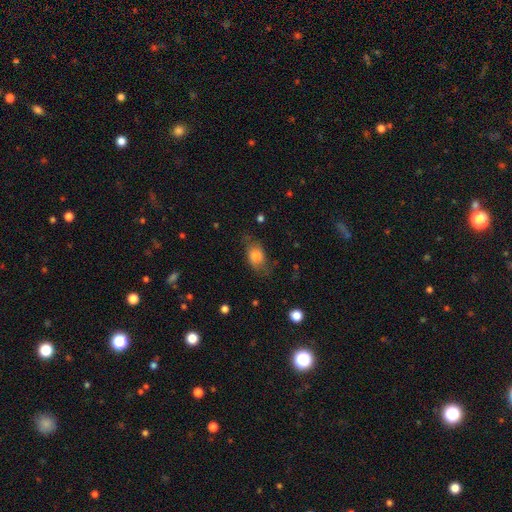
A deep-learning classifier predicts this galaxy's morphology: This appears to be a smooth galaxy with no disk features (73%) that is in between round and cigar-shaped (81%). Merging: none (61%).